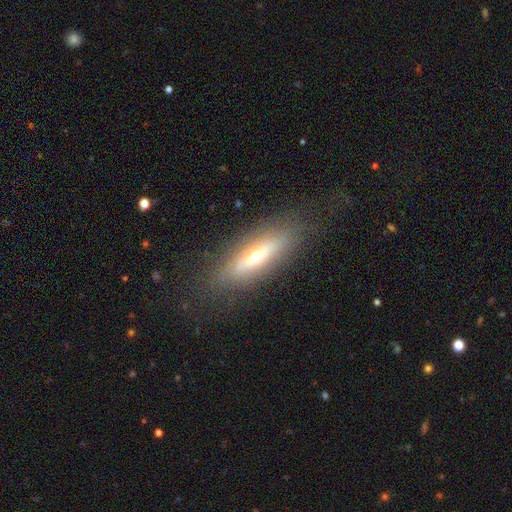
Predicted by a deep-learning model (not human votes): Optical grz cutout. It shows a featured or disk galaxy (52%) viewed edge-on (63%). Merging: none (78%).